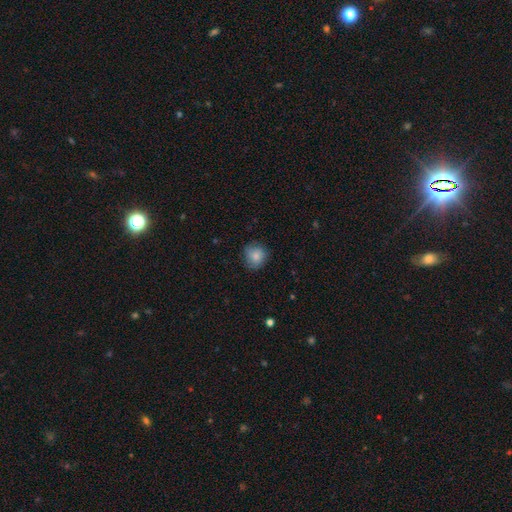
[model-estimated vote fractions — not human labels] A smooth galaxy with no disk features (82%) that is round (87%). Merging: none (76%).